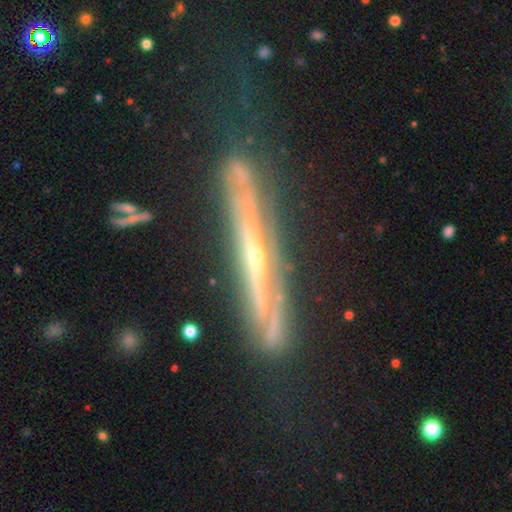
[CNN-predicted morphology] The model was most divided on "edge-on bulge": none: 50%, rounded: 45%, boxy: 5%. More confident: edge-on disk — yes (85%); smooth or featured — featured or disk (81%); merging — none (66%).